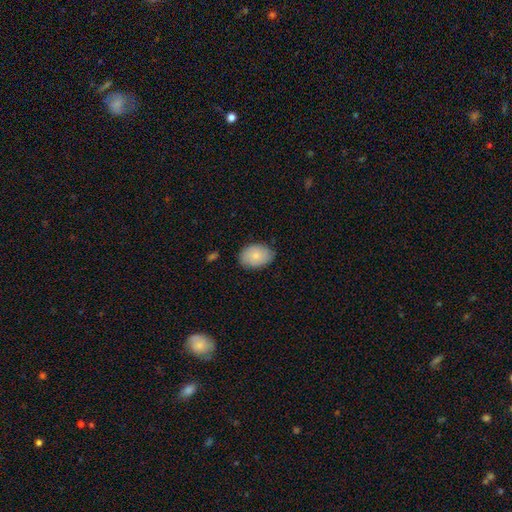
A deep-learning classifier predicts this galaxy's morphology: Smooth or featured: smooth — 83% (featured or disk — 11%)
How rounded: in between — 79% (round — 20%)
Merging: none — 82% (minor disturbance — 14%)